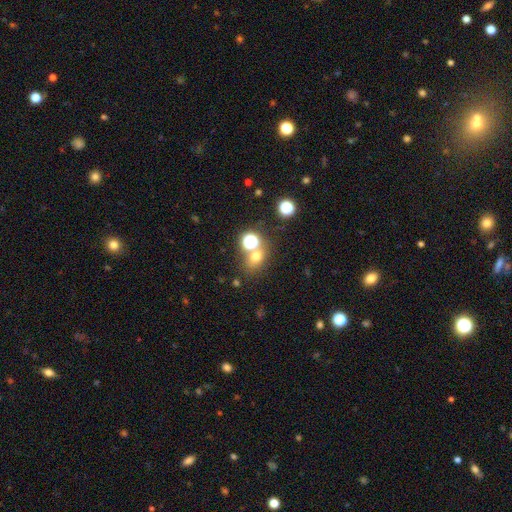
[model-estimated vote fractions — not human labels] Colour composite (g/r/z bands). It shows a smooth galaxy with no disk features (62%) that is round (62%). Merging: none (62%).